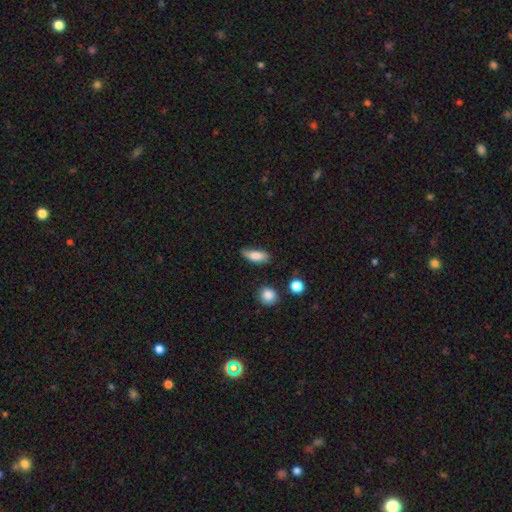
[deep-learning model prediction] Morphology: type=smooth (79%); roundness=in between (76%); merging=none (55%).